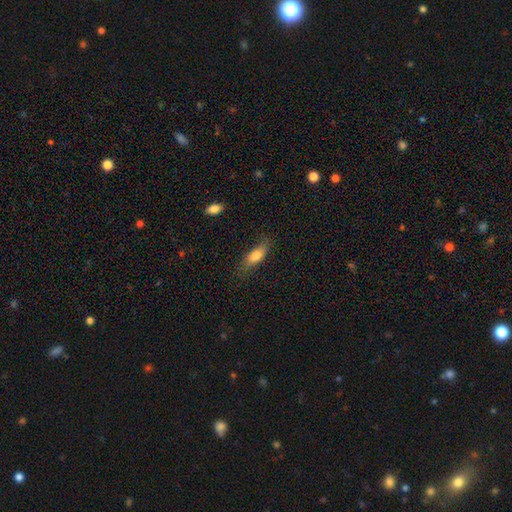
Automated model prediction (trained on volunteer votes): Smooth or featured? Predicted: smooth (p=0.78). How rounded? Predicted: in between (p=0.72). Merging? Predicted: none (p=0.69).